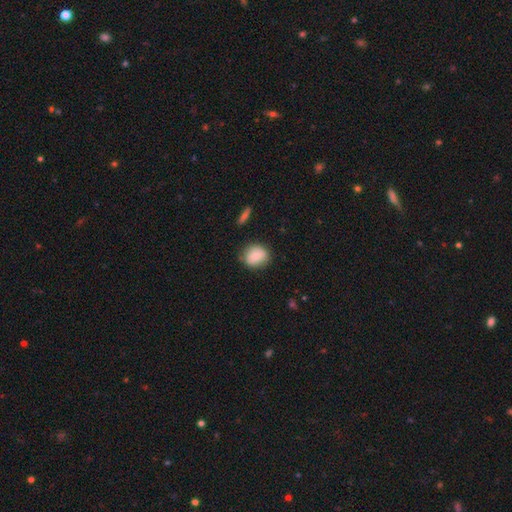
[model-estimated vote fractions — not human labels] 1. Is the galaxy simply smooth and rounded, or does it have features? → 82% smooth, 10% featured or disk, 8% star or artifact.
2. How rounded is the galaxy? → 72% round, 27% in between, 1% cigar-shaped.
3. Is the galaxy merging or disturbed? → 77% none, 17% minor disturbance, 4% major disturbance, 2% merger.